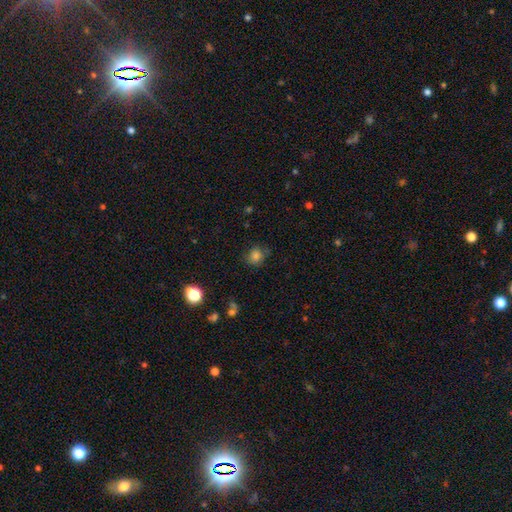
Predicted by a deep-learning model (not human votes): smooth 80%, star or artifact 14%, featured or disk 6%. Down the decision tree: how rounded — round (80%); merging — none (74%).